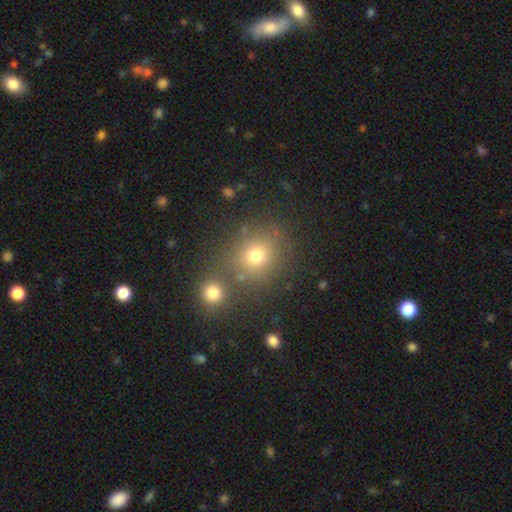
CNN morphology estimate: The model was most divided on "merging": none: 67%, merger: 20%, minor disturbance: 9%, major disturbance: 4%. More confident: how rounded — round (79%); smooth or featured — smooth (71%).